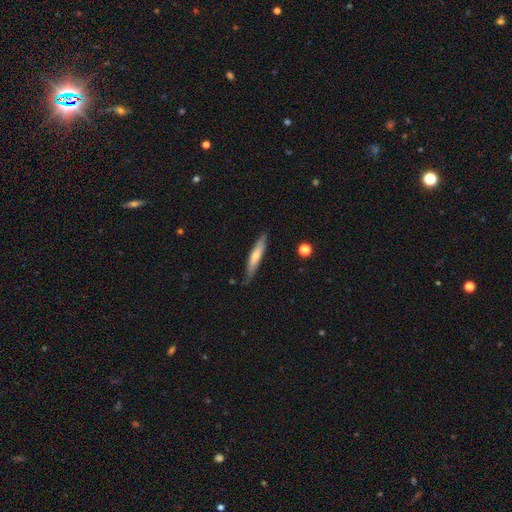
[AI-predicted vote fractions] This appears to be a smooth galaxy with no disk features (56%) that is cigar-shaped (85%). Merging: none (74%).